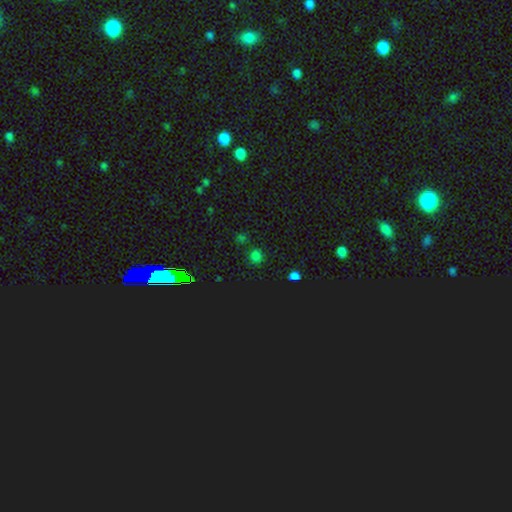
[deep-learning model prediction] Q: Smooth or featured?
A: smooth (58%); runner-up: star or artifact (37%)
Q: How rounded?
A: round (88%); runner-up: in between (11%)
Q: Merging?
A: none (82%); runner-up: minor disturbance (10%)